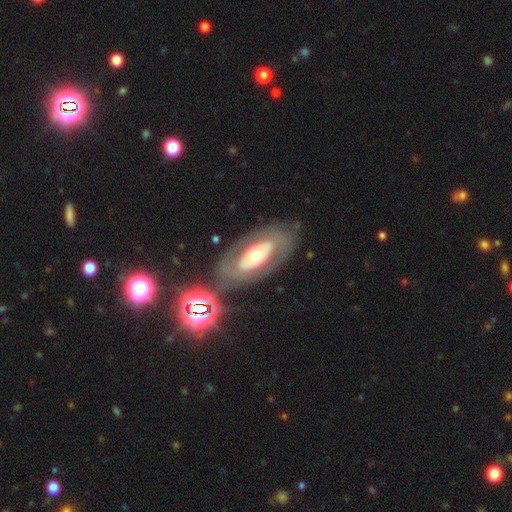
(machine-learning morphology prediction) Smooth or featured?
  - featured or disk: 64% *
  - smooth: 27%
  - star or artifact: 9%
Edge-on disk?
  - no: 89% *
  - yes: 11%
Bar?
  - no: 75% *
  - weak: 14%
  - strong: 11%
Spiral arms?
  - no: 72% *
  - yes: 28%
Bulge size?
  - moderate: 64% *
  - small: 19%
  - large: 13%
  - dominant: 2%
  - none: 1%
Merging?
  - none: 73% *
  - minor disturbance: 13%
  - major disturbance: 8%
  - merger: 6%